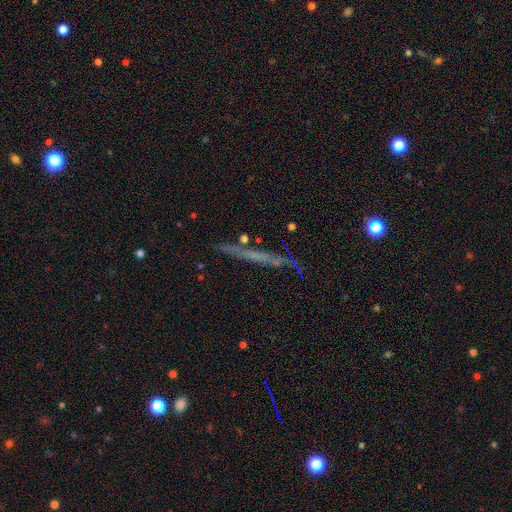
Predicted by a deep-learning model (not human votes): smooth-or-featured: featured or disk: 49% | smooth: 42% | star or artifact: 9%
  merging: none: 77% | minor disturbance: 15% | major disturbance: 4% | merger: 3%